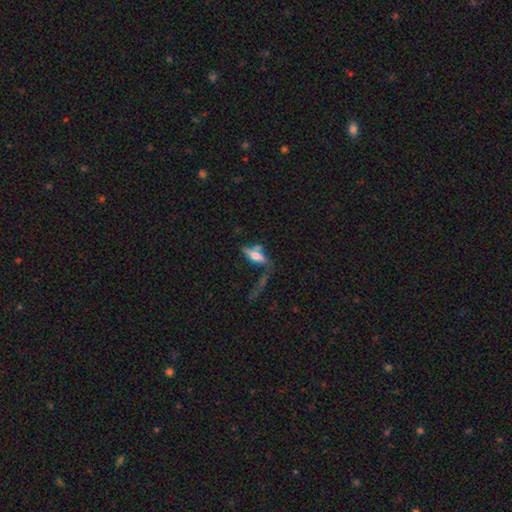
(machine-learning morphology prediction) Smooth or featured: featured or disk — 47% (smooth — 43%)
Merging: none — 40% (major disturbance — 22%)